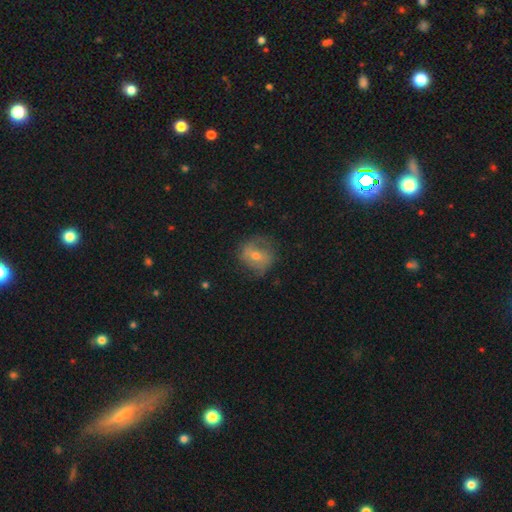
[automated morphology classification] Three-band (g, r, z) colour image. It shows a featured or disk galaxy (49%). Merging: none (65%).